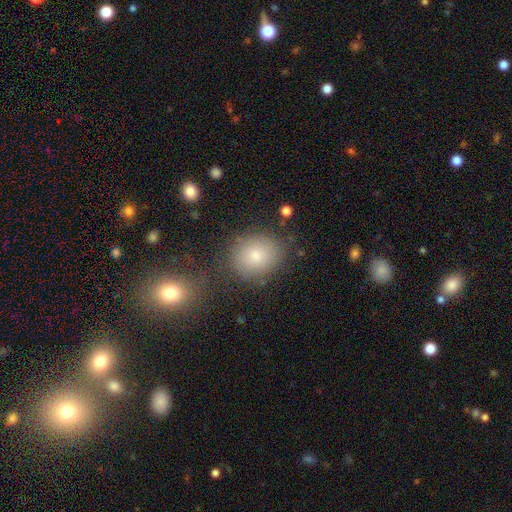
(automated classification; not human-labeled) smooth-or-featured: smooth: 80% | star or artifact: 10% | featured or disk: 10%
  how-rounded: round: 67% | in between: 32% | cigar-shaped: 1%
  merging: none: 79% | minor disturbance: 11% | merger: 6% | major disturbance: 4%